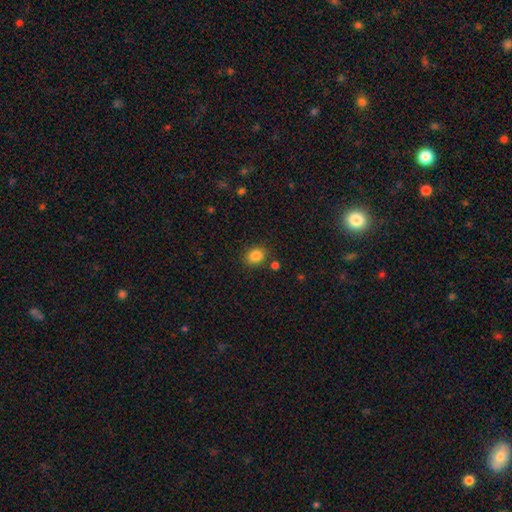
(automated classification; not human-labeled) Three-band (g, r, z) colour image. It shows a smooth galaxy with no disk features (85%) that is round (52%). Merging: none (83%).